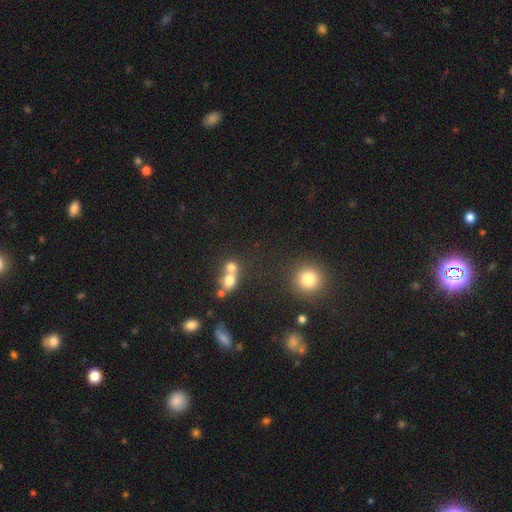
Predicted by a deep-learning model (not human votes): The model was most divided on "smooth or featured": smooth: 49%, star or artifact: 43%, featured or disk: 8%. More confident: merging — none (78%).